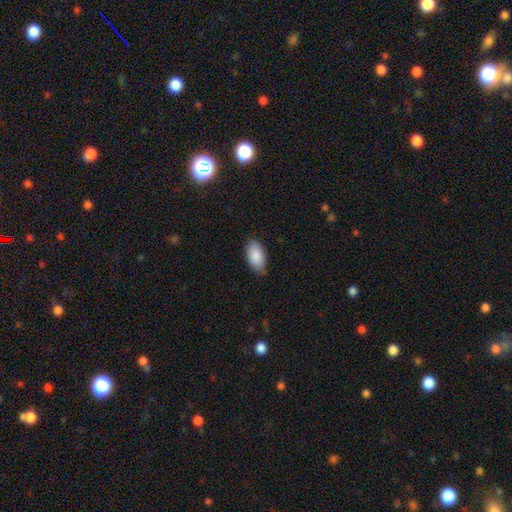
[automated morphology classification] type=smooth (88%); roundness=in between (94%); merging=none (77%).